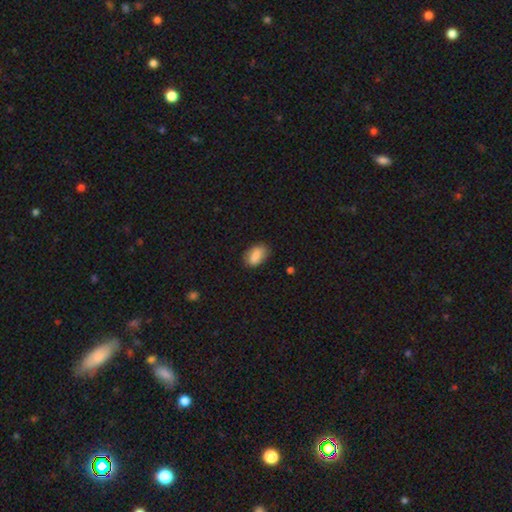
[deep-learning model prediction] The model was most divided on "merging": none: 77%, minor disturbance: 18%, major disturbance: 4%, merger: 1%. More confident: how rounded — in between (91%); smooth or featured — smooth (86%).